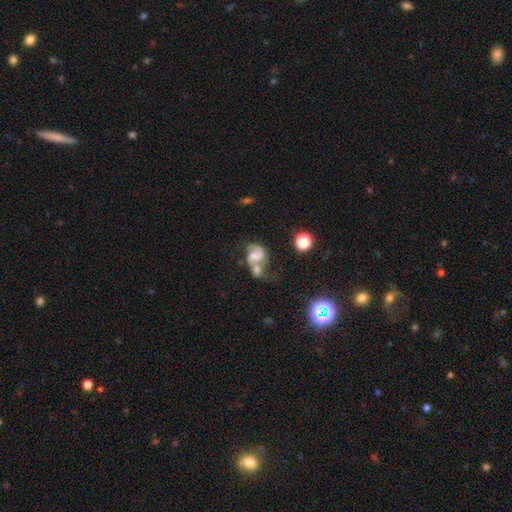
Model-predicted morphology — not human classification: smooth_or_featured: featured or disk (p=0.50) [alt: smooth p=0.37]
merging: merger (p=0.51) [alt: none p=0.20]